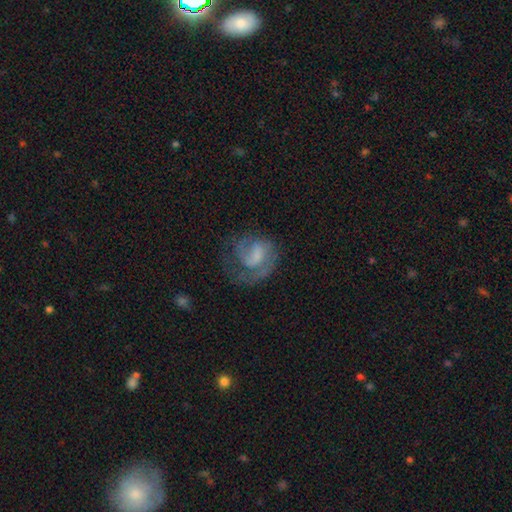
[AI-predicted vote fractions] A featured or disk galaxy (67%) with a weak bar (45%), 1 (54%) medium (42%) spiral arms (86%) and no central bulge (41%). Merging: none (48%).